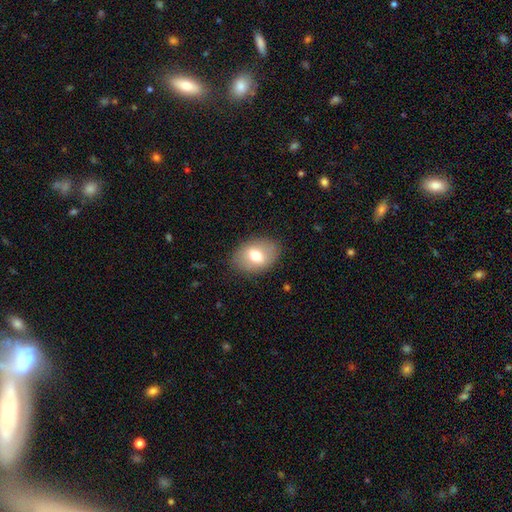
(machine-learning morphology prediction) This appears to be a smooth galaxy with no disk features (67%) that is in between round and cigar-shaped (77%). Merging: none (84%).